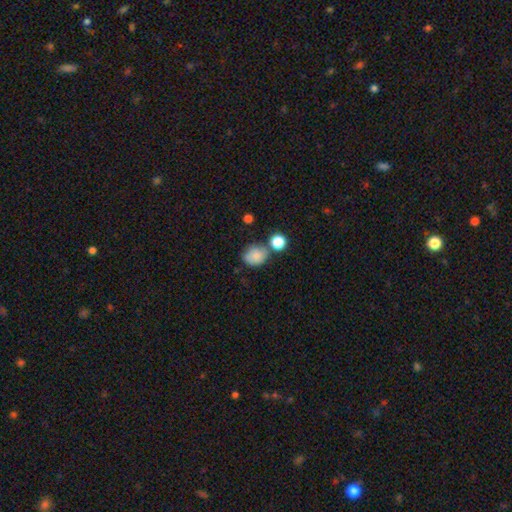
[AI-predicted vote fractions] Q: Smooth or featured?
A: smooth (82%); runner-up: star or artifact (10%)
Q: How rounded?
A: round (54%); runner-up: in between (45%)
Q: Merging?
A: none (60%); runner-up: minor disturbance (19%)